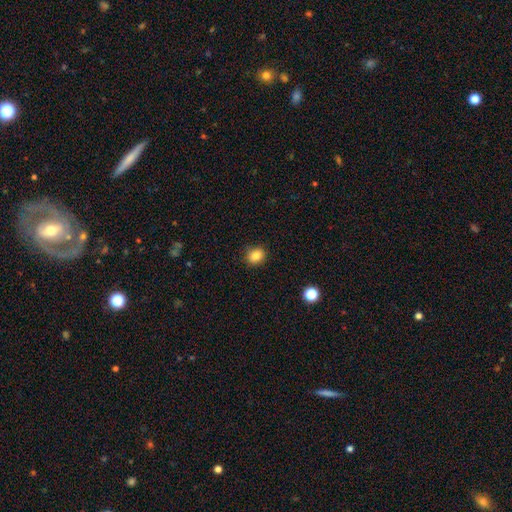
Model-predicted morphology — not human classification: The model was most divided on "how rounded": round: 77%, in between: 22%, cigar-shaped: 1%. More confident: merging — none (88%); smooth or featured — smooth (84%).